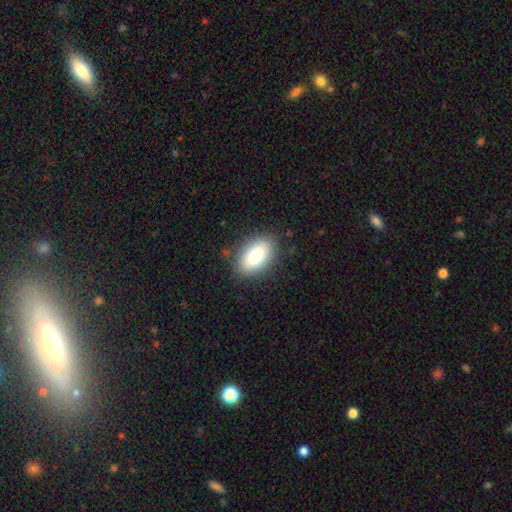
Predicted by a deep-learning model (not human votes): A smooth galaxy with no disk features (79%) that is in between round and cigar-shaped (91%). Merging: none (85%).